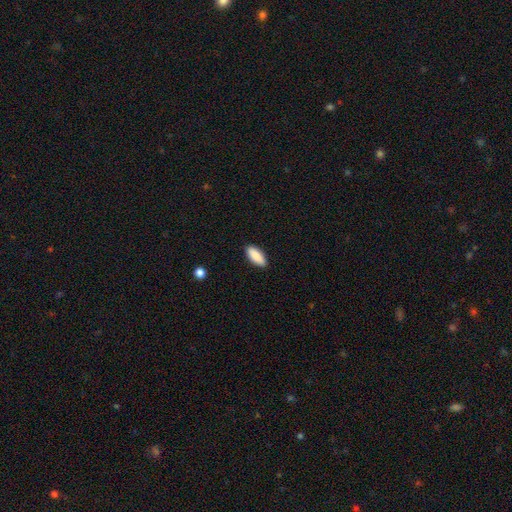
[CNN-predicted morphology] The model was most divided on "how rounded": in between: 81%, cigar-shaped: 17%, round: 2%. More confident: merging — none (89%); smooth or featured — smooth (88%).